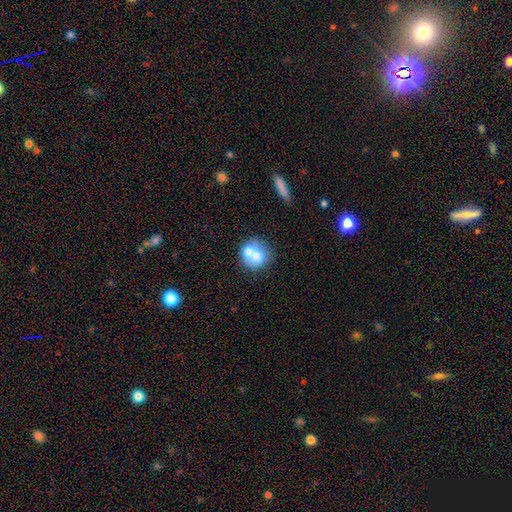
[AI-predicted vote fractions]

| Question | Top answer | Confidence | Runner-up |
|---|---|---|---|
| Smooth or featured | smooth | 67% | featured or disk (25%) |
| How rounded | round | 80% | in between (19%) |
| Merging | merger | 49% | none (36%) |